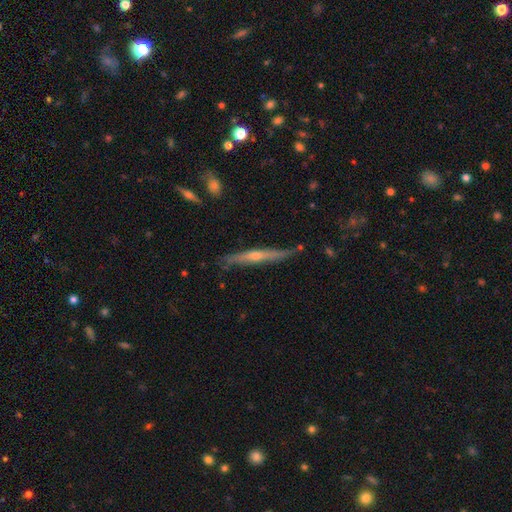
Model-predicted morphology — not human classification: A featured or disk galaxy (67%) viewed edge-on (95%) with a rounded central bulge (73%).

Vote fractions:
- Smooth or featured? featured or disk: 67% / smooth: 27% / star or artifact: 6%
- Edge-on disk? yes: 95% / no: 5%
- Edge-on bulge? rounded: 73% / none: 23% / boxy: 4%
- Merging? none: 78% / minor disturbance: 17% / major disturbance: 3% / merger: 2%